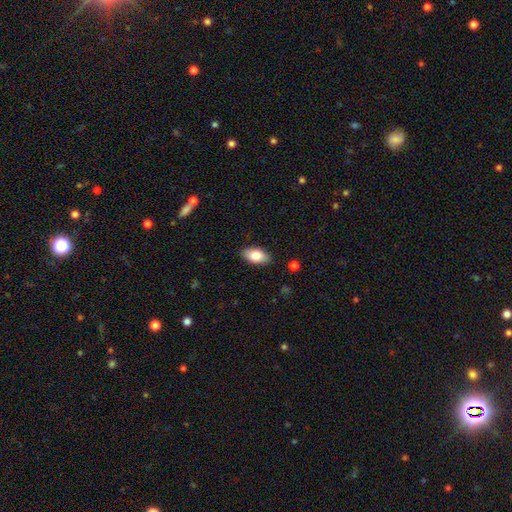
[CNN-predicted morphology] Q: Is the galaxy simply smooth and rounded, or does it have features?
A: smooth — 80%.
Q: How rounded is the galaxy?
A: in between — 93%.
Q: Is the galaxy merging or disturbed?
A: none — 87%.